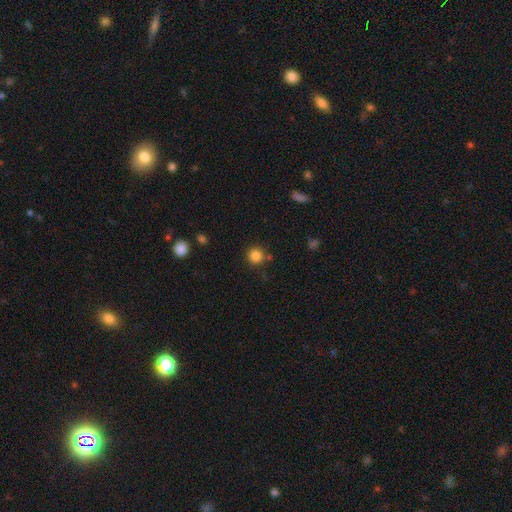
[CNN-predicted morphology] This appears to be a smooth galaxy with no disk features (84%) that is round (94%). Merging: none (82%).